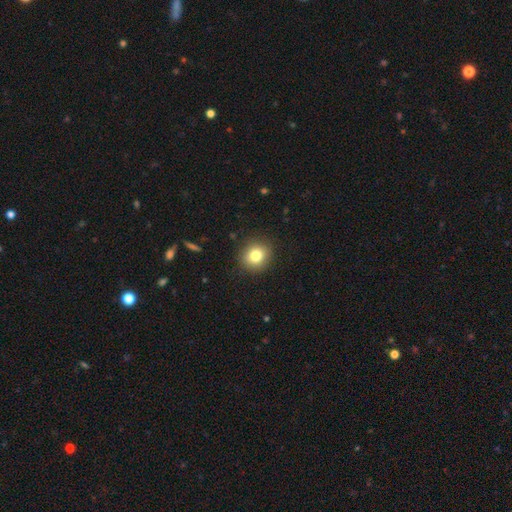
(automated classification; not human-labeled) smooth_or_featured: smooth (p=0.80) [alt: star or artifact p=0.11]
how_rounded: round (p=0.86) [alt: in between p=0.13]
merging: none (p=0.90) [alt: minor disturbance p=0.07]